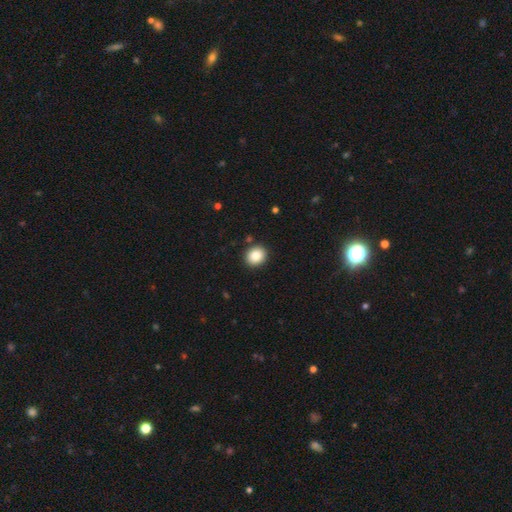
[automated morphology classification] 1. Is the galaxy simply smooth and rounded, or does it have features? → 85% smooth, 9% star or artifact, 6% featured or disk.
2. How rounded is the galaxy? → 76% round, 23% in between, 1% cigar-shaped.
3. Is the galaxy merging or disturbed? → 90% none, 6% minor disturbance, 2% merger, 2% major disturbance.